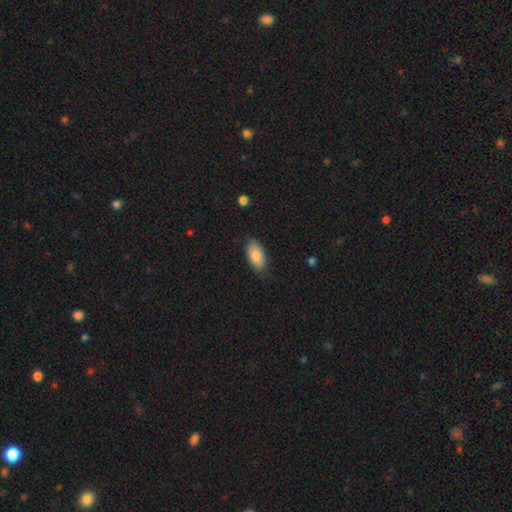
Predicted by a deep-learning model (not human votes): smooth 84%, featured or disk 10%, star or artifact 7%. Down the decision tree: how rounded — in between (93%); merging — none (81%).